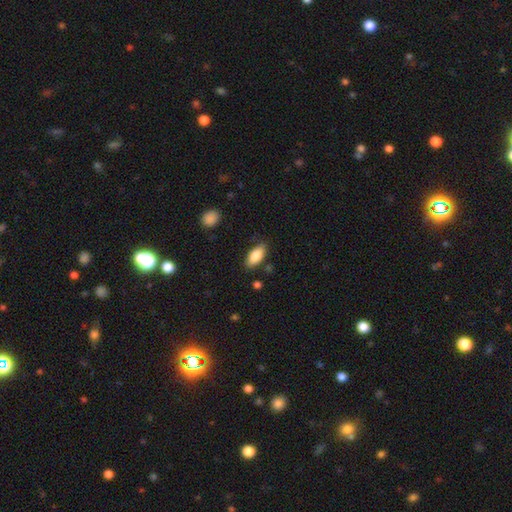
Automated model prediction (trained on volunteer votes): A smooth galaxy with no disk features (84%) that is in between round and cigar-shaped (89%). Merging: none (84%).